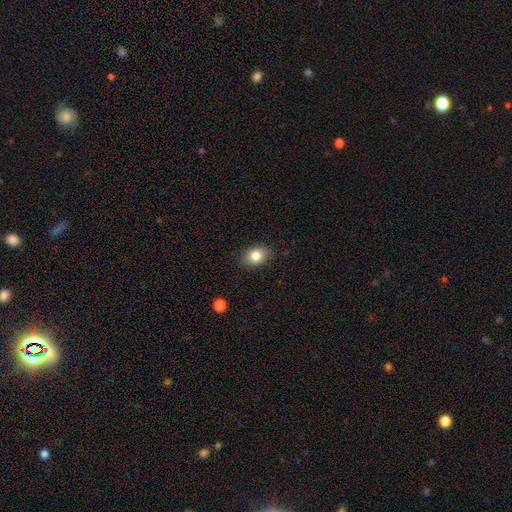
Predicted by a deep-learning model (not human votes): This is clearly a smooth galaxy (83%). How rounded: likely in between (70%). Merging: clearly none (86%).